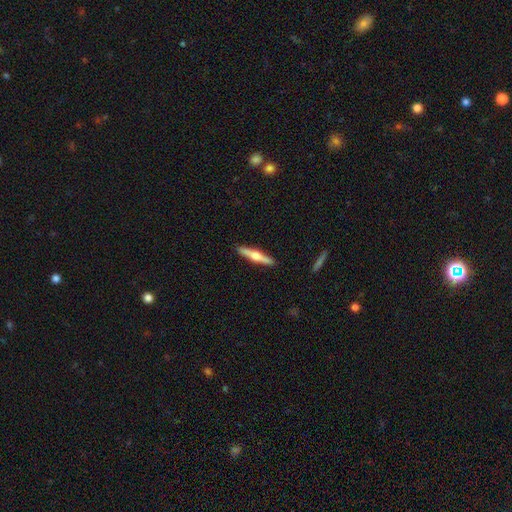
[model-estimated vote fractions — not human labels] Smooth or featured? featured or disk (60%)
Edge-on disk? yes (97%)
Edge-on bulge? rounded (92%)
Merging? none (91%)